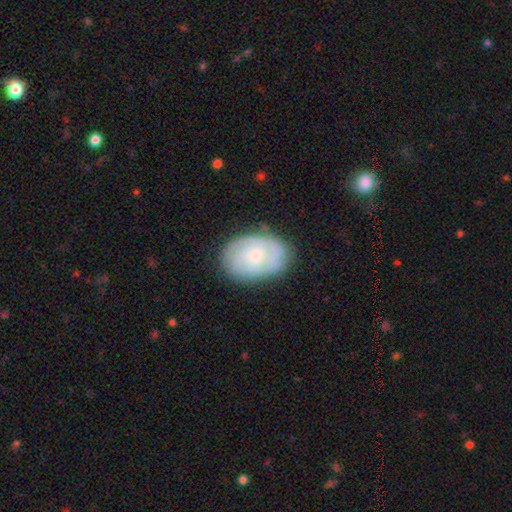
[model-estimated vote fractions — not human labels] Overall: featured or disk (59%; smooth 35%). Edge-on disk: no (96%). Bar: no (73%). Spiral arms: yes (80%). Bulge size: small (68%). Merging: none (76%).